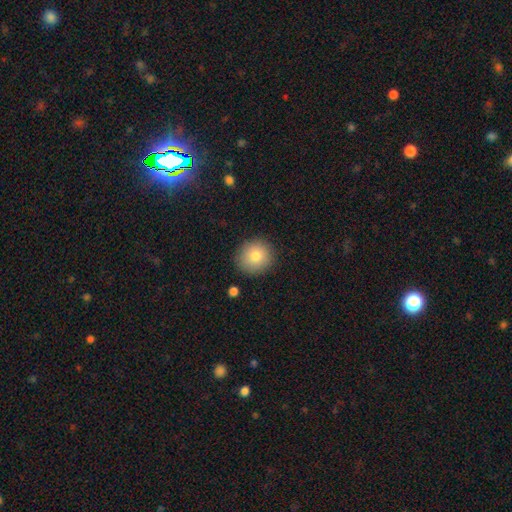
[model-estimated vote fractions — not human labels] Smooth or featured?
  - smooth: 81% *
  - star or artifact: 9%
  - featured or disk: 9%
How rounded?
  - round: 89% *
  - in between: 10%
  - cigar-shaped: 1%
Merging?
  - none: 89% *
  - minor disturbance: 8%
  - major disturbance: 2%
  - merger: 2%